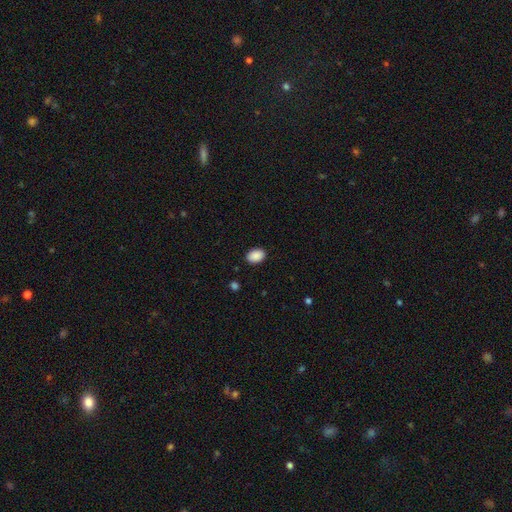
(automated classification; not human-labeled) smooth 90%, star or artifact 7%, featured or disk 3%. Down the decision tree: how rounded — in between (83%); merging — none (89%).